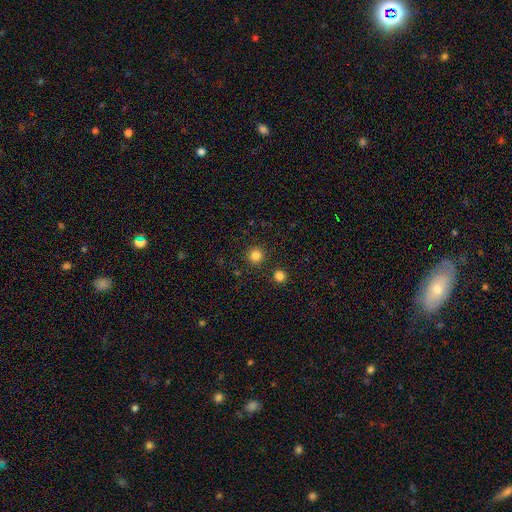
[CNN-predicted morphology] This appears to be a smooth galaxy with no disk features (83%) that is round (94%). Merging: none (89%).